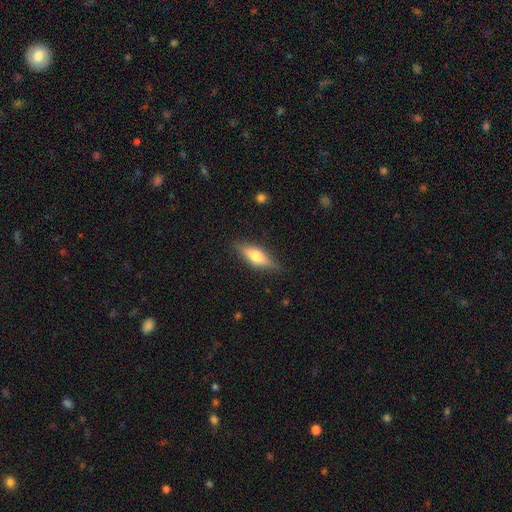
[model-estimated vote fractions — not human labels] A featured or disk galaxy (50%).

Vote fractions:
- Smooth or featured? featured or disk: 50% / smooth: 43% / star or artifact: 7%
- Merging? none: 85% / minor disturbance: 11% / major disturbance: 3% / merger: 1%